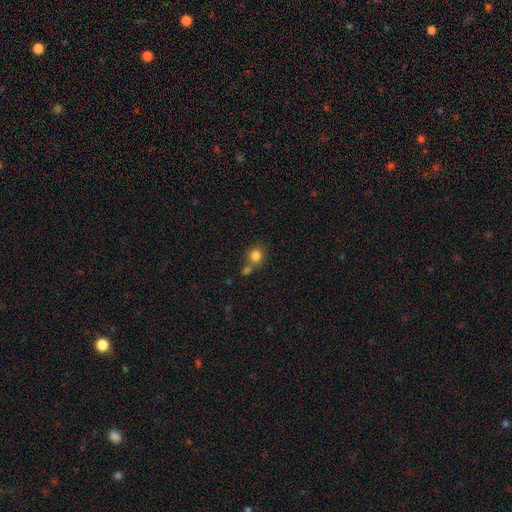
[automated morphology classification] Smooth or featured? smooth (83%)
How rounded? round (82%)
Merging? none (58%)